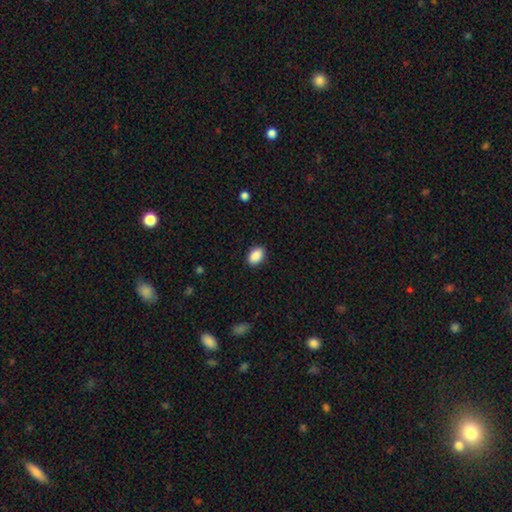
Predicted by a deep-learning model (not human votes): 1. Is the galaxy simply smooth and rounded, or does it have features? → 90% smooth, 7% star or artifact, 3% featured or disk.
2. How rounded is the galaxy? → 88% in between, 11% round, 1% cigar-shaped.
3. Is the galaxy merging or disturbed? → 89% none, 8% minor disturbance, 2% major disturbance, 1% merger.